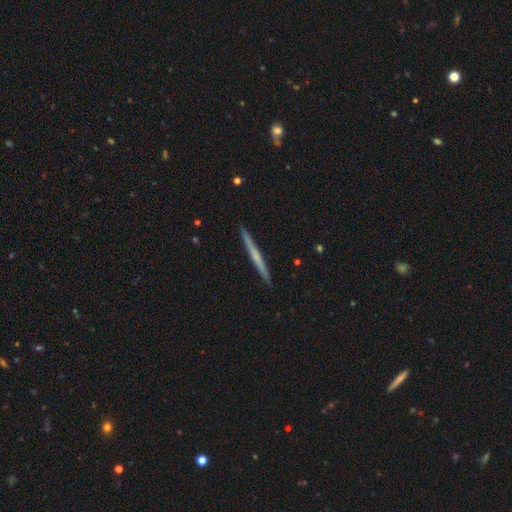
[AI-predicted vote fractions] smooth_or_featured: featured or disk (p=0.58) [alt: smooth p=0.37]
disk_edge_on: yes (p=0.98) [alt: no p=0.02]
edge_on_bulge: none (p=0.72) [alt: rounded p=0.23]
merging: none (p=0.93) [alt: minor disturbance p=0.05]